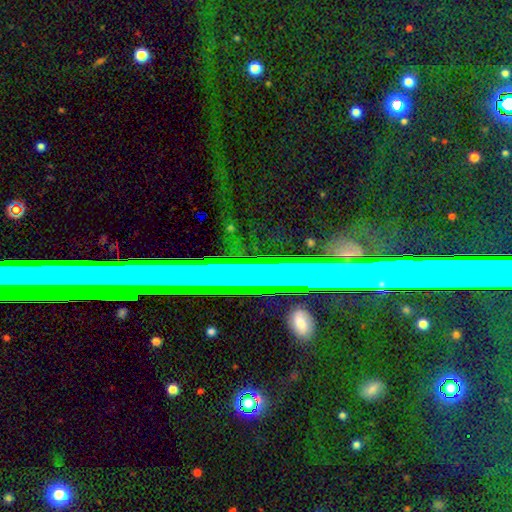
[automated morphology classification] star or artifact 65%, featured or disk 23%, smooth 12%.